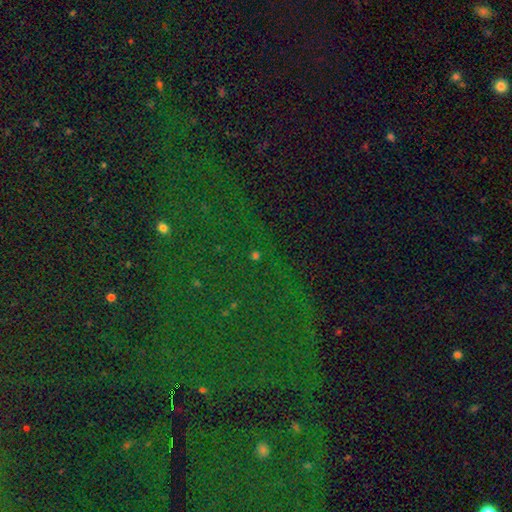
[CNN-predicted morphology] Overall: star or artifact (77%).